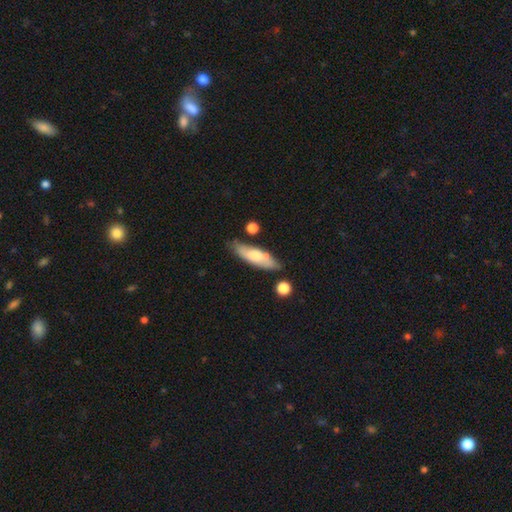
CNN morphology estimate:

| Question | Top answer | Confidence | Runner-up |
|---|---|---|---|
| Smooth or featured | smooth | 59% | featured or disk (35%) |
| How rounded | cigar-shaped | 50% | in between (48%) |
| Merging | none | 70% | minor disturbance (19%) |